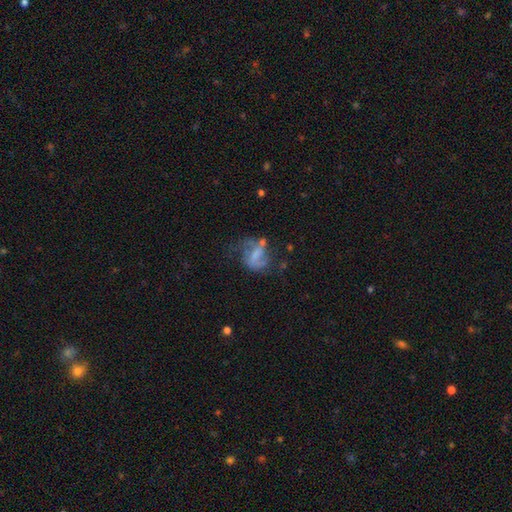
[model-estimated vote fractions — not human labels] A featured or disk galaxy (54%) with a weak bar (40%, tied with no), spiral arms (57%) and no central bulge (45%).

Vote fractions:
- Smooth or featured? featured or disk: 54% / smooth: 35% / star or artifact: 11%
- Edge-on disk? no: 97% / yes: 3%
- Bar? weak: 40% (tied) / no: 40% (tied) / strong: 20%
- Spiral arms? yes: 57% / no: 43%
- Bulge size? none: 45% / small: 23% / moderate: 22% / large: 8% / dominant: 2%
- Merging? major disturbance: 34% (tied) / none: 34% (tied) / minor disturbance: 23% / merger: 9%